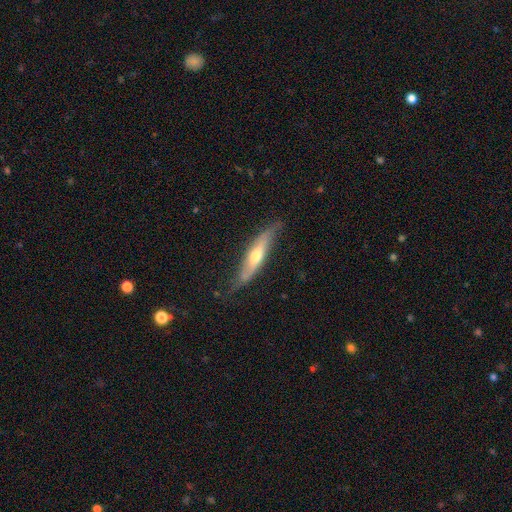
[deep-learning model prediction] This appears to be a featured or disk galaxy (57%) viewed edge-on (68%). Merging: none (67%).